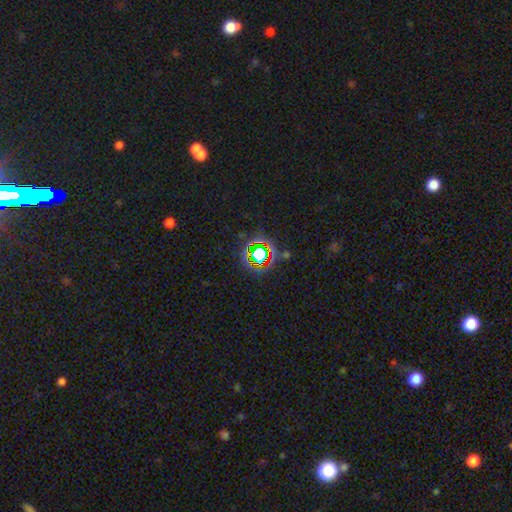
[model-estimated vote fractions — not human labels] Q: Smooth or featured?
A: star or artifact (69%); runner-up: smooth (19%)